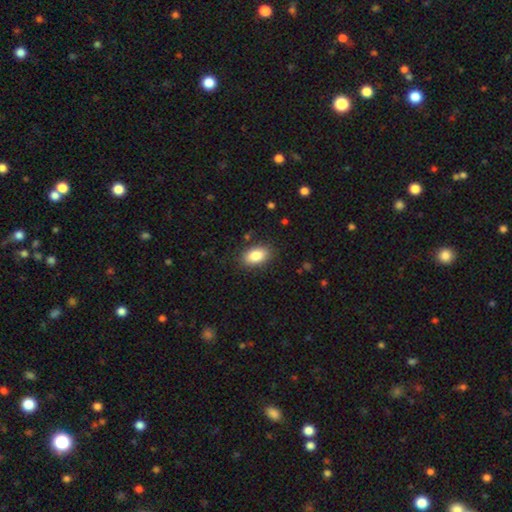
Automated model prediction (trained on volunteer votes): Morphology: type=smooth (84%); roundness=in between (90%); merging=none (86%).